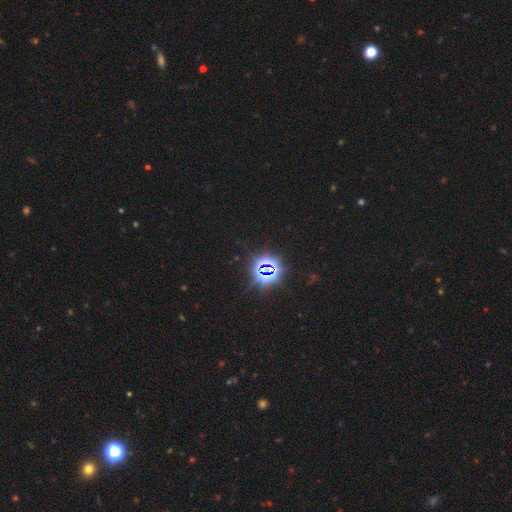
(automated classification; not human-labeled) smooth-or-featured: star or artifact: 81% | smooth: 13% | featured or disk: 6%